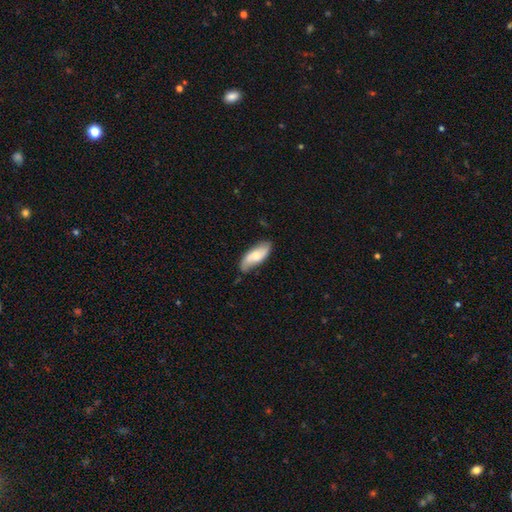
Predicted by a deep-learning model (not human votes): This appears to be a smooth galaxy with no disk features (52%) that is in between round and cigar-shaped (78%). Merging: none (69%).